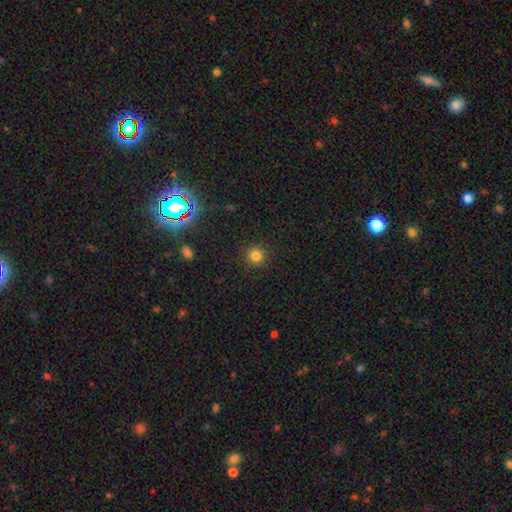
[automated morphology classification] Q: Smooth or featured?
A: smooth (81%); runner-up: star or artifact (14%)
Q: How rounded?
A: round (95%); runner-up: in between (4%)
Q: Merging?
A: none (91%); runner-up: minor disturbance (6%)